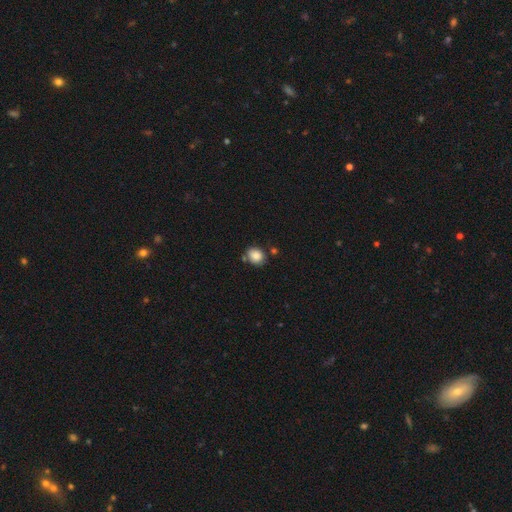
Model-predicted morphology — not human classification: type=smooth (85%); roundness=round (57%); merging=none (69%).